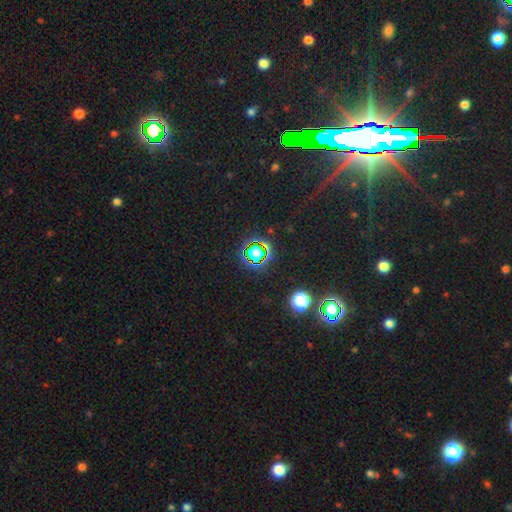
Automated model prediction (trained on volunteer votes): This appears to be a star or artifact, not a galaxy (68%).